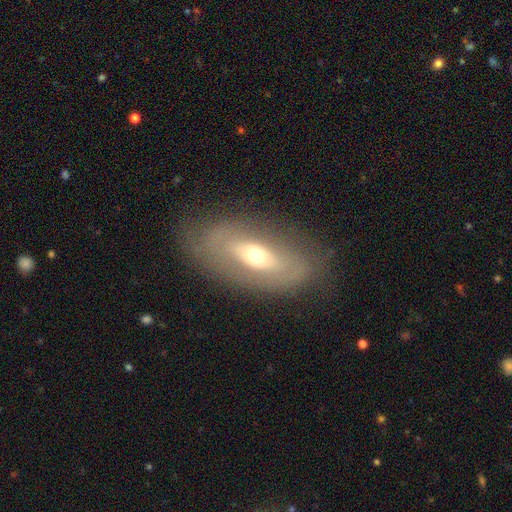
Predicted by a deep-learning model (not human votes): A featured or disk galaxy (55%). Merging: none (74%).